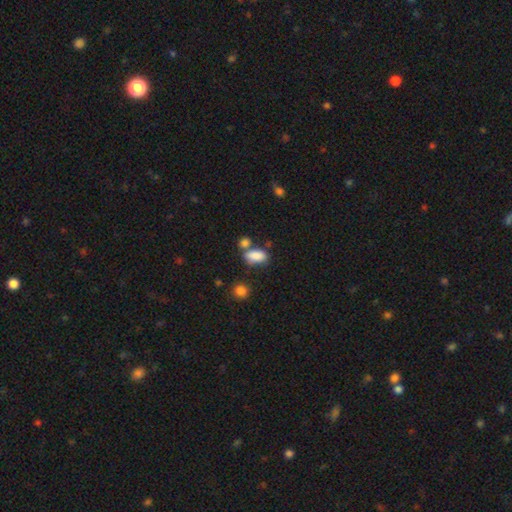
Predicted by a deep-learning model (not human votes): smooth 85%, star or artifact 9%, featured or disk 6%. Down the decision tree: how rounded — in between (90%); merging — none (53%).